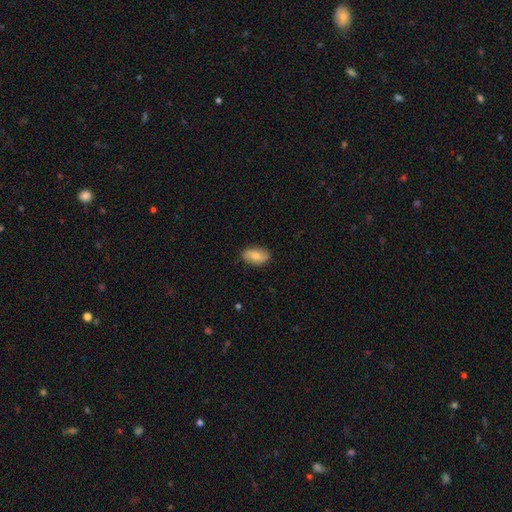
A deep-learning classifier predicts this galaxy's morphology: A smooth galaxy with no disk features (70%) that is in between round and cigar-shaped (92%).

Vote fractions:
- Smooth or featured? smooth: 70% / featured or disk: 23% / star or artifact: 7%
- How rounded? in between: 92% / round: 6% / cigar-shaped: 3%
- Merging? none: 83% / minor disturbance: 14% / major disturbance: 2% / merger: 1%